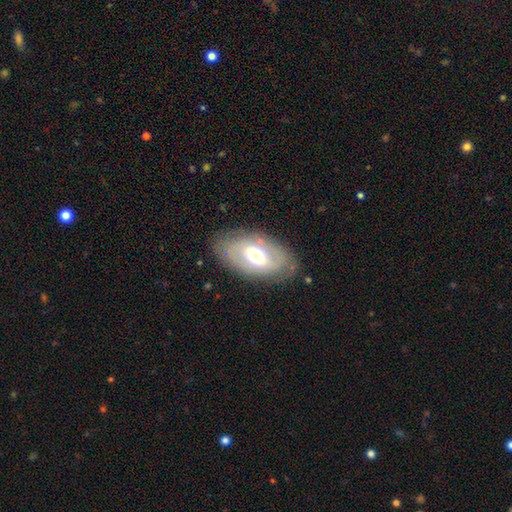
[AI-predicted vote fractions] smooth_or_featured: smooth (p=0.47) [alt: featured or disk p=0.46]
merging: none (p=0.79) [alt: minor disturbance p=0.15]